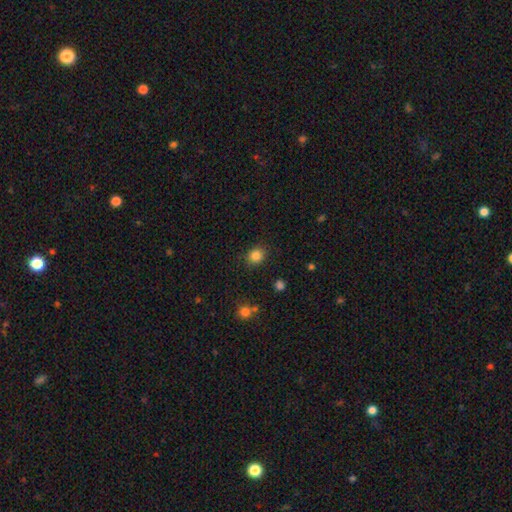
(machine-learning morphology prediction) smooth_or_featured: smooth (p=0.84) [alt: star or artifact p=0.12]
how_rounded: round (p=0.77) [alt: in between p=0.22]
merging: none (p=0.86) [alt: minor disturbance p=0.09]